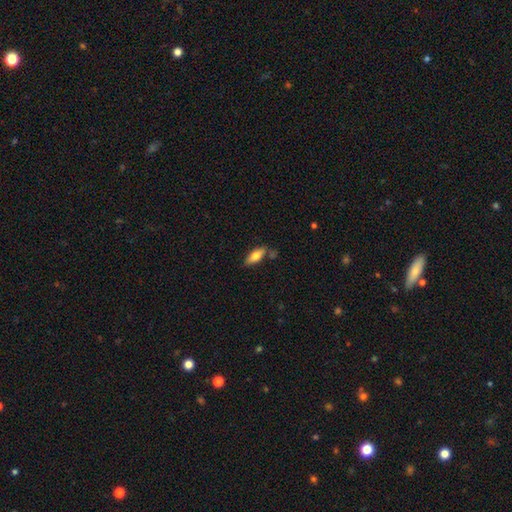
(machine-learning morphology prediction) This is likely a smooth galaxy (69%). How rounded: likely in between (70%). Merging: likely none (73%).